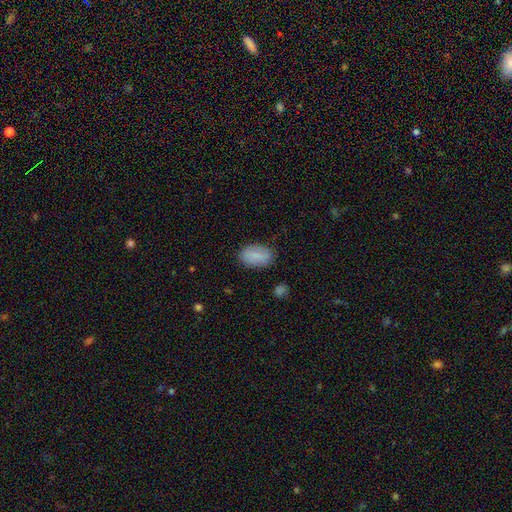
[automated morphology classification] type=smooth (82%); roundness=in between (91%); merging=none (82%).